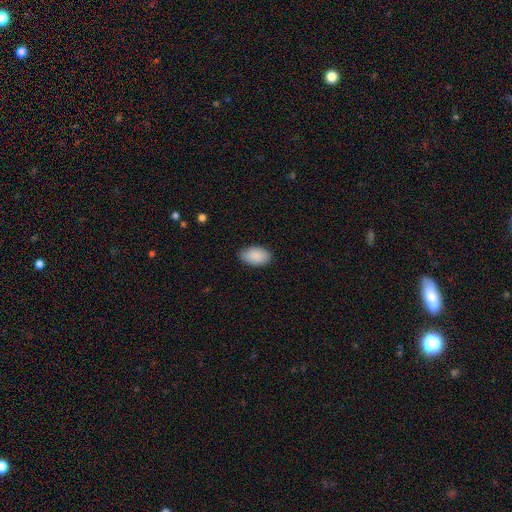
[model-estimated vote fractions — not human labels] Q: Smooth or featured?
A: smooth (90%); runner-up: star or artifact (6%)
Q: How rounded?
A: in between (93%); runner-up: round (5%)
Q: Merging?
A: none (82%); runner-up: minor disturbance (14%)